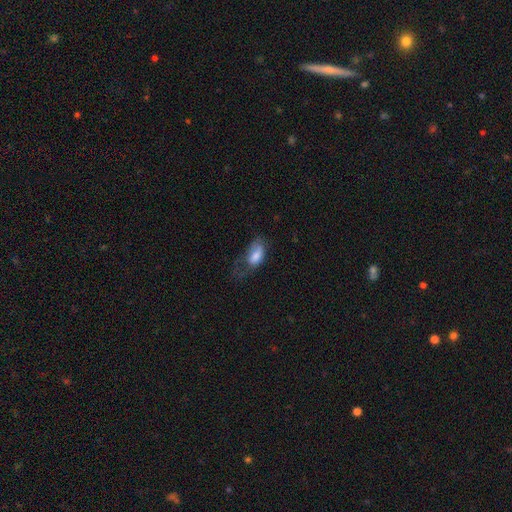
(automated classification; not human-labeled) This is likely a smooth galaxy (73%). How rounded: clearly in between (91%). Merging: possibly major disturbance (47%).